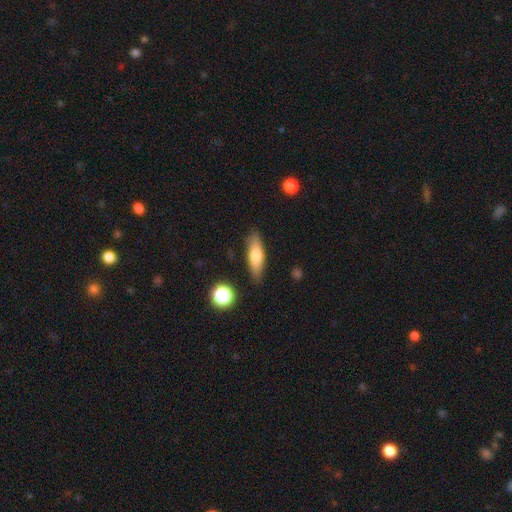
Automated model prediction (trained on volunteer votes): smooth_or_featured: smooth (p=0.70) [alt: featured or disk p=0.22]
how_rounded: cigar-shaped (p=0.50) [alt: in between p=0.47]
merging: none (p=0.84) [alt: minor disturbance p=0.11]